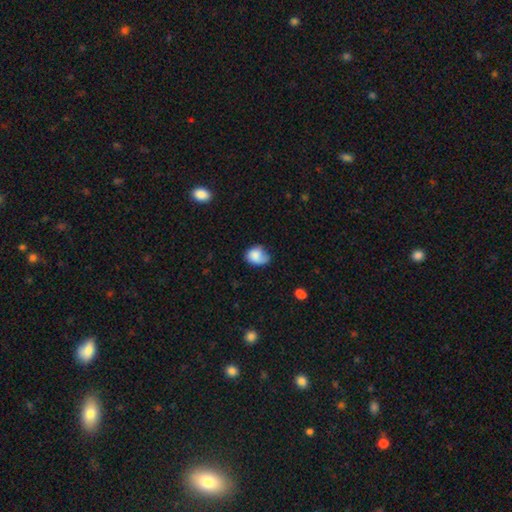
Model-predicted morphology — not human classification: Q: Smooth or featured?
A: smooth (77%); runner-up: featured or disk (15%)
Q: How rounded?
A: in between (59%); runner-up: round (40%)
Q: Merging?
A: minor disturbance (40%); runner-up: none (38%)